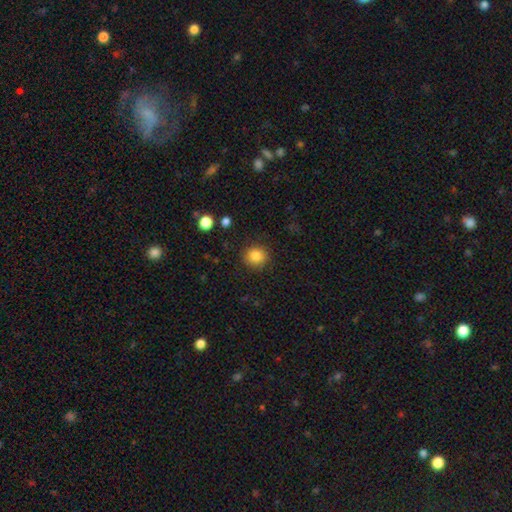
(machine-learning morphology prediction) This is clearly a smooth galaxy (85%). How rounded: clearly round (86%). Merging: clearly none (86%).